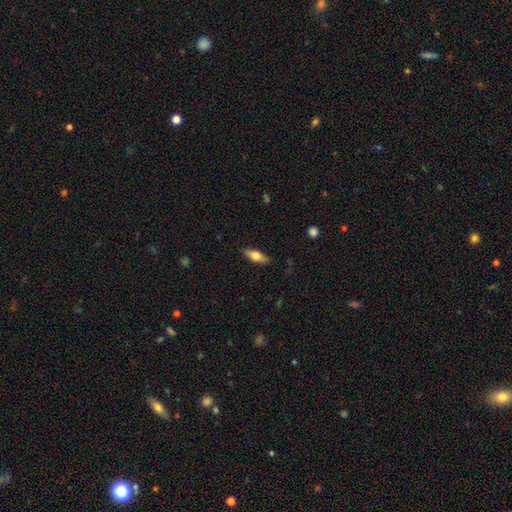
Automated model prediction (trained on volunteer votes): Morphology: type=smooth (57%); roundness=in between (62%); merging=none (86%).